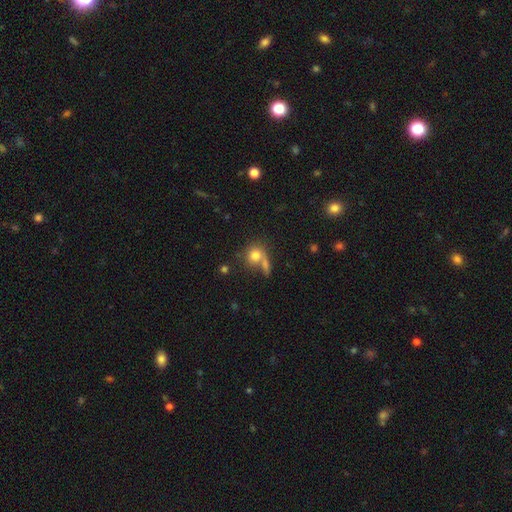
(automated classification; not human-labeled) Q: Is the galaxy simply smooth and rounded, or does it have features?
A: smooth — 78%.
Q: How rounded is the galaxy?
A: round — 74%.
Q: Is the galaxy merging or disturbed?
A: none — 45%.